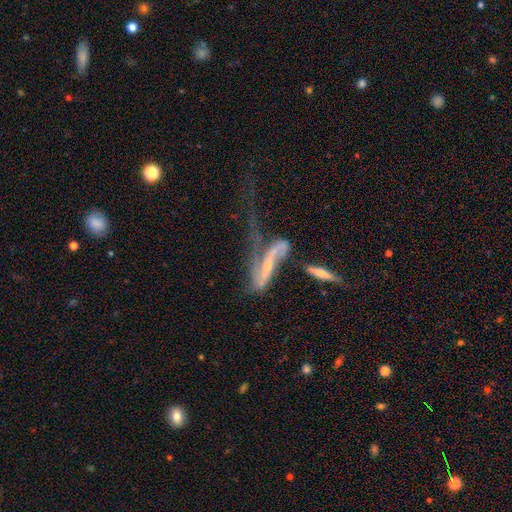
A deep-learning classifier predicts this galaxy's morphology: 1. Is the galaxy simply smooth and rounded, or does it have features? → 46% featured or disk, 31% smooth, 23% star or artifact.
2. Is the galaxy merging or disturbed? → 42% merger, 25% major disturbance, 21% none, 12% minor disturbance.